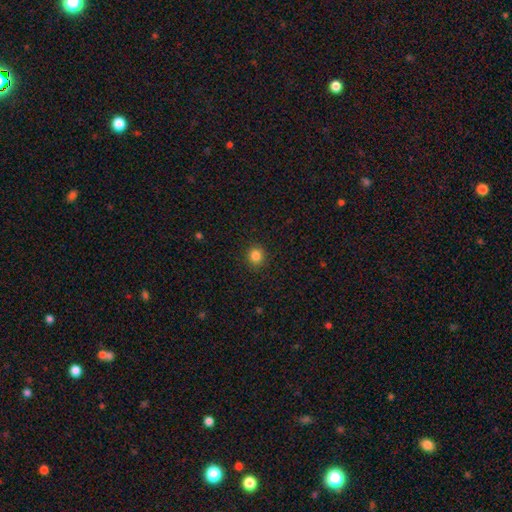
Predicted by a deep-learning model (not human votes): smooth 84%, star or artifact 12%, featured or disk 4%. Down the decision tree: how rounded — round (89%); merging — none (90%).